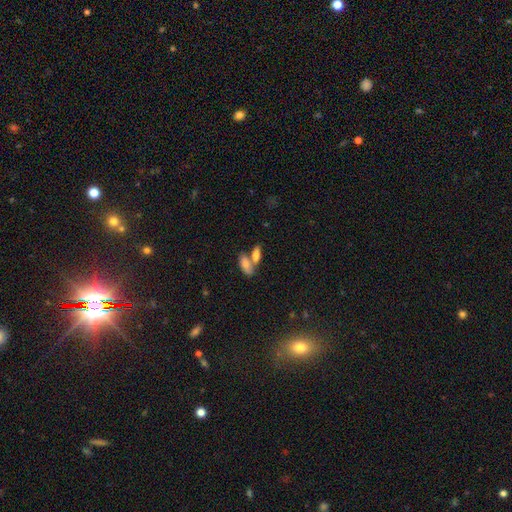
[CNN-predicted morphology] A smooth galaxy with no disk features (79%) that is in between round and cigar-shaped (80%). Merging: merger (52%).